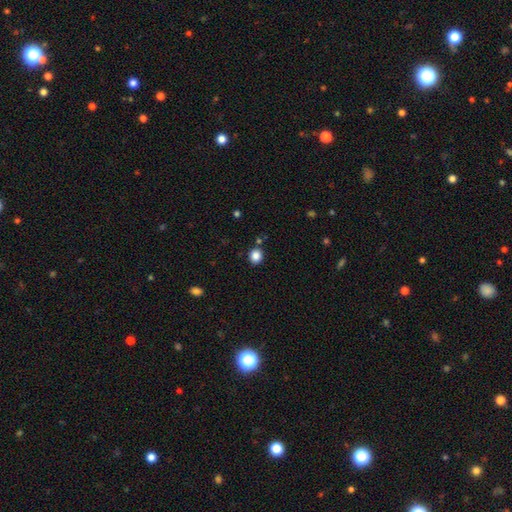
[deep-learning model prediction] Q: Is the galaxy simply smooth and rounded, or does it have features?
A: smooth — 85%.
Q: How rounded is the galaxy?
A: round — 80%.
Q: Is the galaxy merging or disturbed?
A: none — 85%.